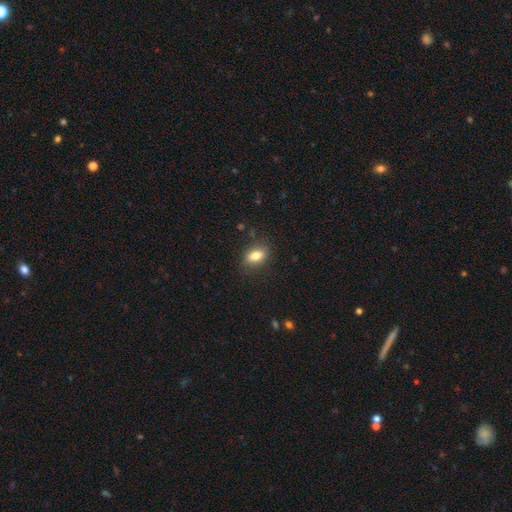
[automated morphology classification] The model was most divided on "merging": none: 82%, minor disturbance: 13%, major disturbance: 3%, merger: 1%. More confident: how rounded — in between (85%); smooth or featured — smooth (81%).